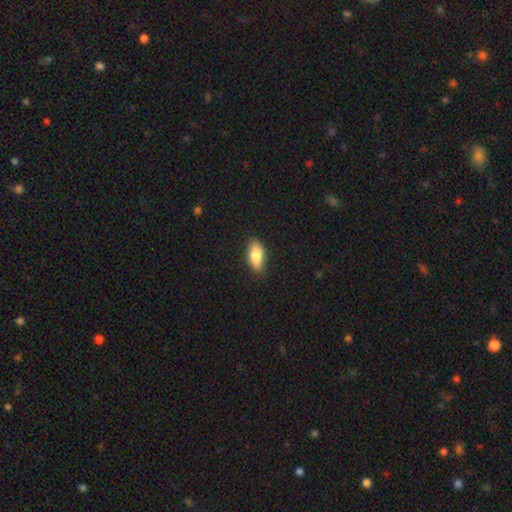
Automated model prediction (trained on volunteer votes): smooth_or_featured: smooth (p=0.81) [alt: featured or disk p=0.13]
how_rounded: in between (p=0.86) [alt: cigar-shaped p=0.11]
merging: none (p=0.84) [alt: minor disturbance p=0.12]